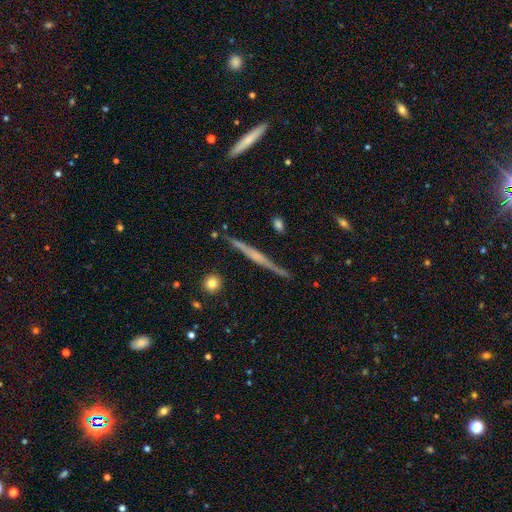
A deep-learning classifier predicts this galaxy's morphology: Overall: featured or disk (74%). Edge-on disk: yes (98%). Edge-on bulge: rounded (41%; none 39%). Merging: none (88%).